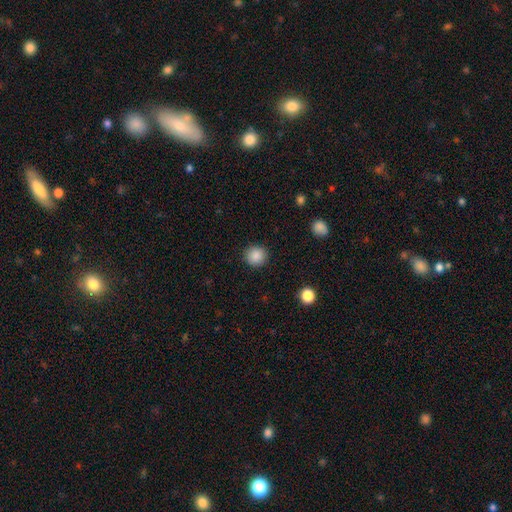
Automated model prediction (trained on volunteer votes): Smooth or featured: smooth — 88% (star or artifact — 9%)
How rounded: round — 89% (in between — 10%)
Merging: none — 90% (minor disturbance — 6%)